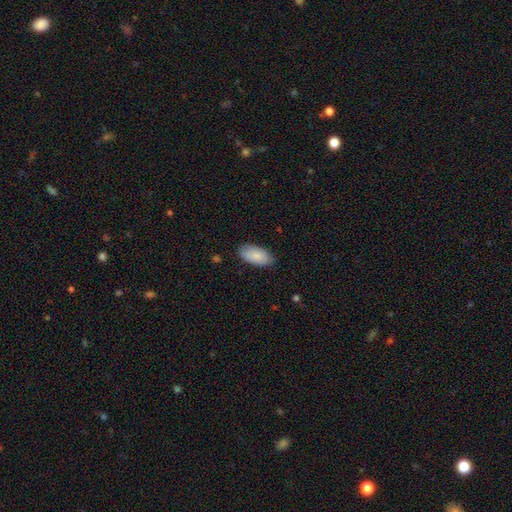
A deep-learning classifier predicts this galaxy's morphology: Smooth or featured? Predicted: smooth (p=0.87). How rounded? Predicted: in between (p=0.94). Merging? Predicted: none (p=0.84).